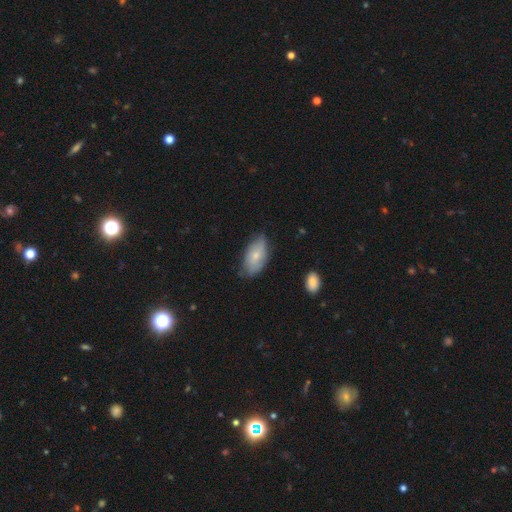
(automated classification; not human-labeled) Q: Smooth or featured?
A: smooth (69%); runner-up: featured or disk (25%)
Q: How rounded?
A: in between (93%); runner-up: round (4%)
Q: Merging?
A: none (64%); runner-up: minor disturbance (29%)